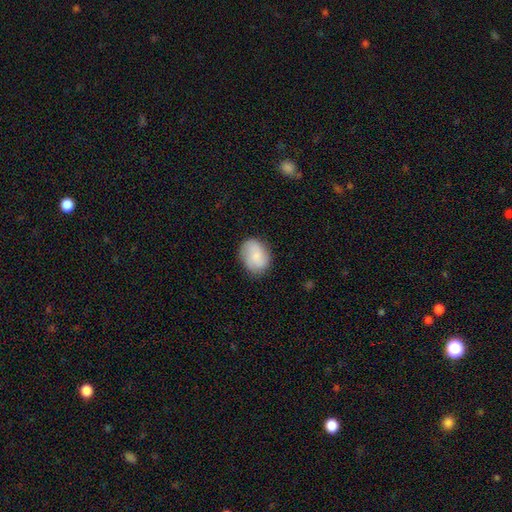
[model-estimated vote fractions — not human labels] The model was most divided on "how rounded": in between: 58%, round: 41%, cigar-shaped: 1%. More confident: merging — none (76%); smooth or featured — smooth (75%).